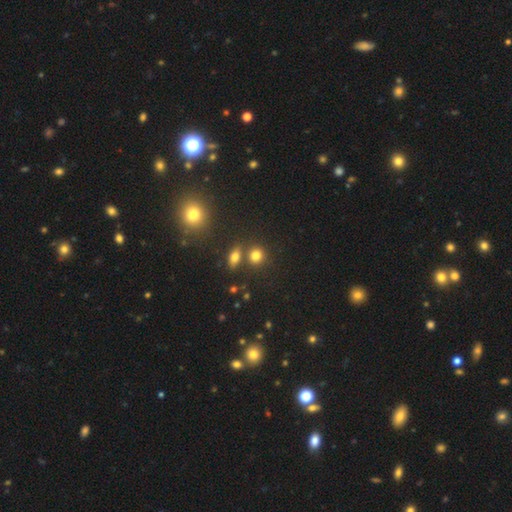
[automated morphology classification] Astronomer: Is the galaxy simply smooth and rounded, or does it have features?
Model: smooth — 79%.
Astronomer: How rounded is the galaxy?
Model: round — 77%.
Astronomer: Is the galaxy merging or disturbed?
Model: none — 69%.